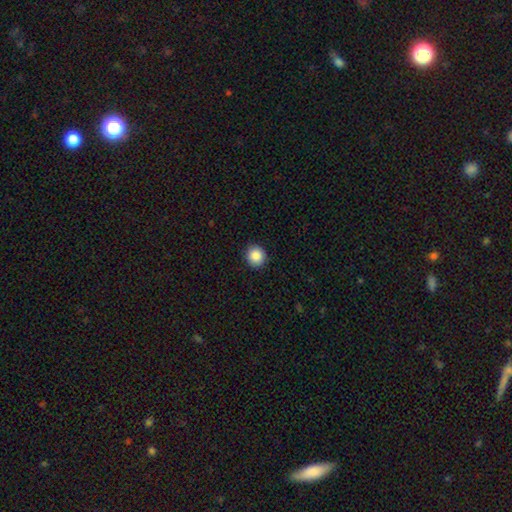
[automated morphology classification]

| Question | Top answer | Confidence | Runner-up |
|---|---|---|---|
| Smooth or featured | smooth | 88% | star or artifact (9%) |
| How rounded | round | 91% | in between (8%) |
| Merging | none | 91% | minor disturbance (6%) |